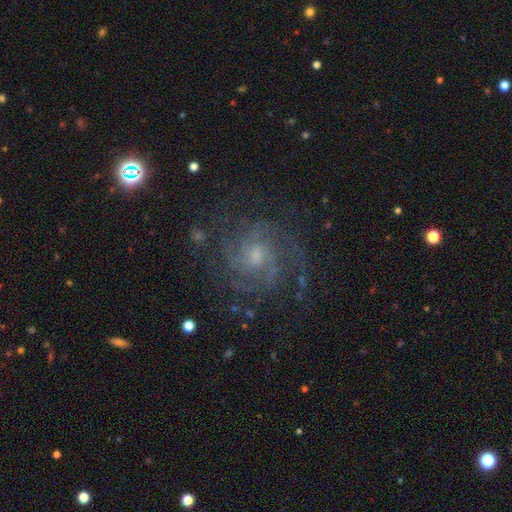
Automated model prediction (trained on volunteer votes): The model was most divided on "spiral arm count": can't tell: 27%, 3: 25%, 2: 19%, 4: 16%, more than 4: 7%, 1: 6%. More confident: edge-on disk — no (98%); spiral arms — yes (96%); smooth or featured — featured or disk (84%); merging — none (75%); bar — no (59%); spiral winding — tight (56%); bulge size — small (50%).